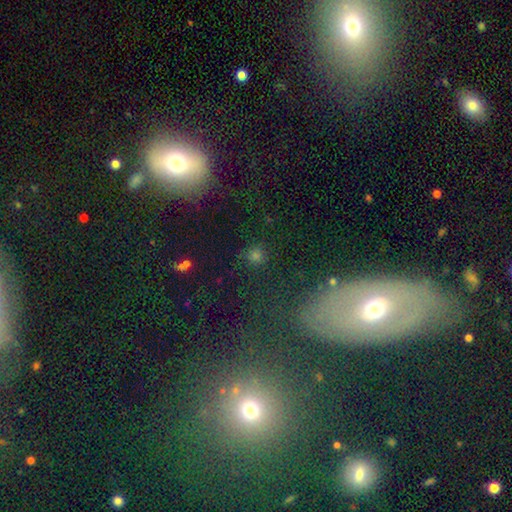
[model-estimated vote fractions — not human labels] Smooth or featured? Predicted: smooth (p=0.60). How rounded? Predicted: round (p=0.90). Merging? Predicted: none (p=0.84).